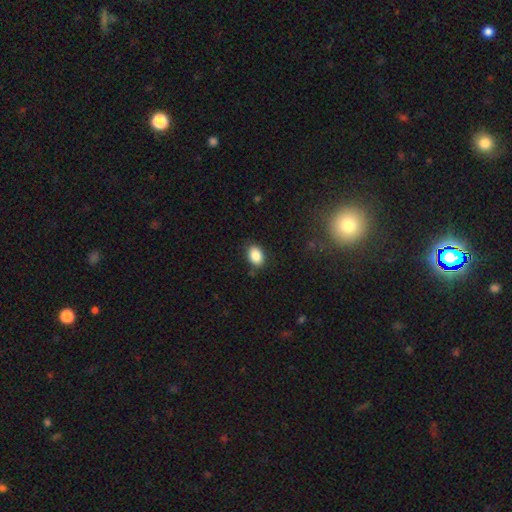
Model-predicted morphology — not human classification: smooth 87%, star or artifact 8%, featured or disk 5%. Down the decision tree: how rounded — in between (82%); merging — none (83%).